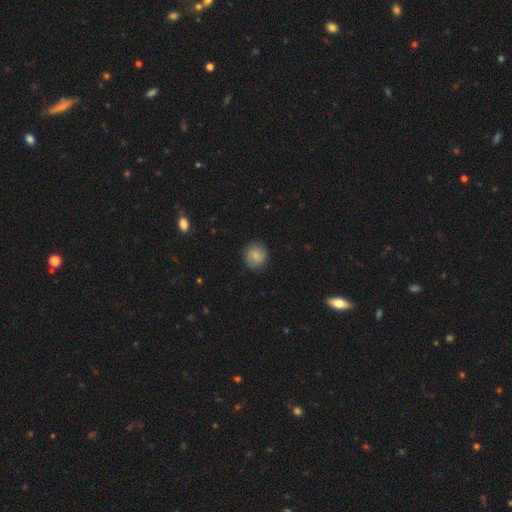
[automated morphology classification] A smooth galaxy with no disk features (78%) that is round (89%).

Vote fractions:
- Smooth or featured? smooth: 78% / featured or disk: 15% / star or artifact: 8%
- How rounded? round: 89% / in between: 10% / cigar-shaped: 1%
- Merging? none: 87% / minor disturbance: 9% / major disturbance: 3% / merger: 1%